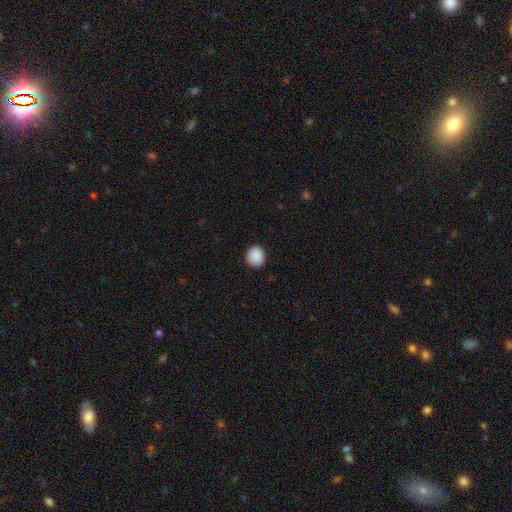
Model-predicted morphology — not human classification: The model was most divided on "how rounded": round: 72%, in between: 27%, cigar-shaped: 1%. More confident: smooth or featured — smooth (90%); merging — none (89%).